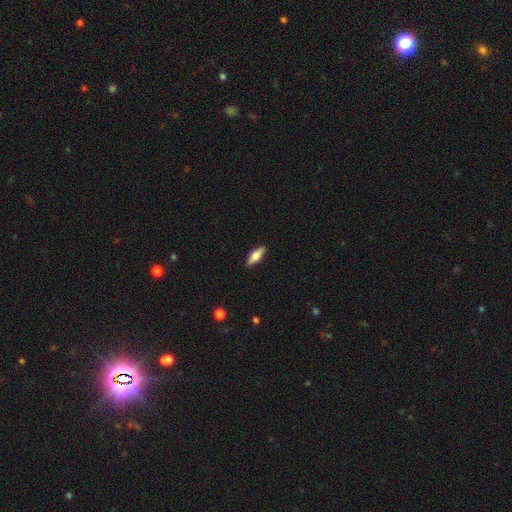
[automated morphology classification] type=smooth (65%); roundness=in between (58%); merging=none (88%).